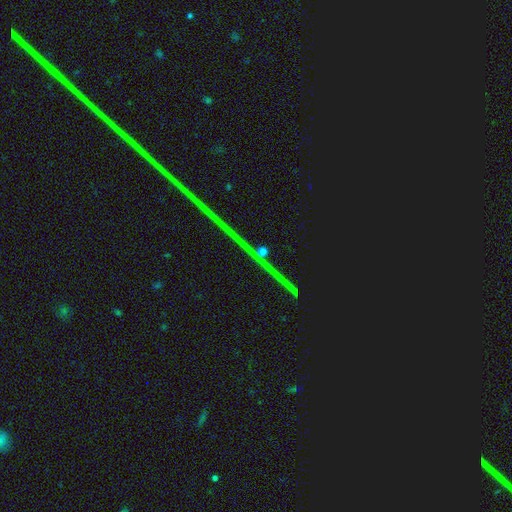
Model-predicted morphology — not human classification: Overall: star or artifact (86%).